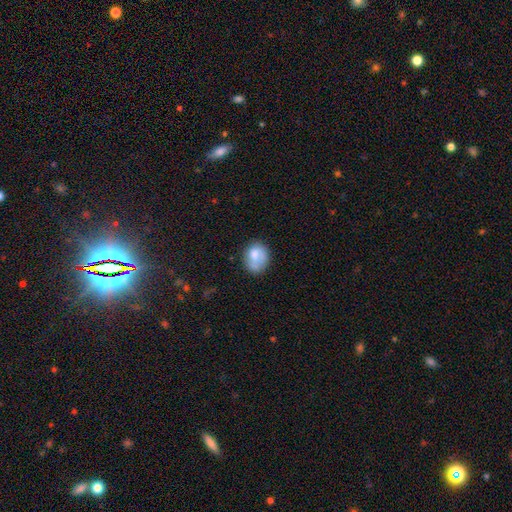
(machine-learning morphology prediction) smooth-or-featured: smooth: 74% | featured or disk: 18% | star or artifact: 8%
  how-rounded: in between: 55% | round: 44% | cigar-shaped: 1%
  merging: none: 52% | minor disturbance: 27% | major disturbance: 12% | merger: 9%